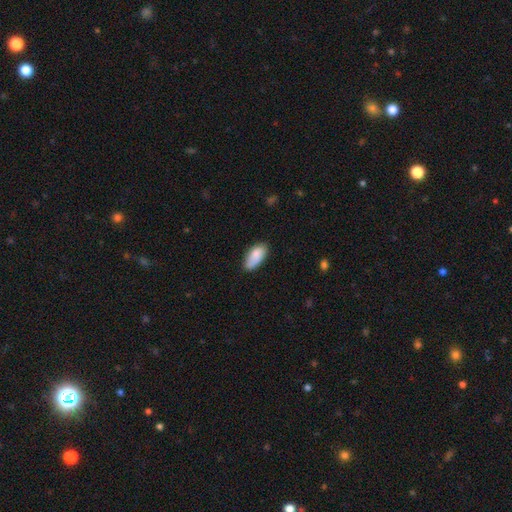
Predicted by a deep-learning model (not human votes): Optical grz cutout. It shows a smooth galaxy with no disk features (84%) that is in between round and cigar-shaped (91%). Merging: none (71%).